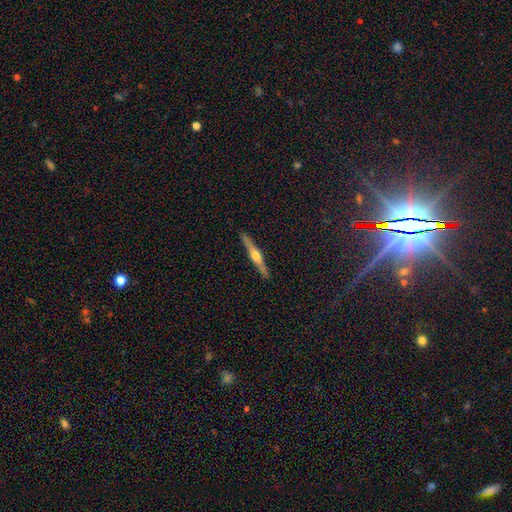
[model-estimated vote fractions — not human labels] featured or disk 73%, smooth 22%, star or artifact 6%. Down the decision tree: edge-on disk — yes (98%); edge-on bulge — rounded (92%); merging — none (91%).